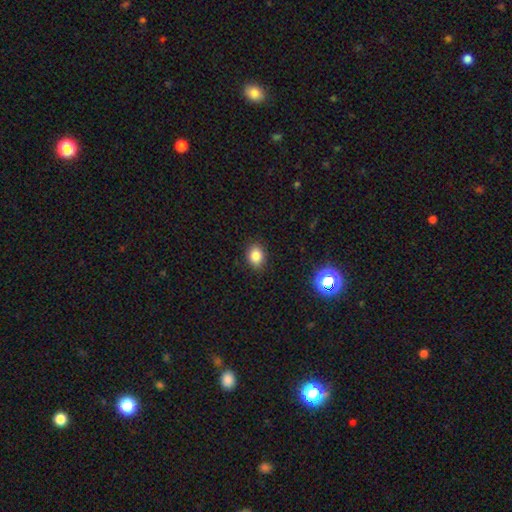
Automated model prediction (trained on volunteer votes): Smooth or featured? smooth (83%)
How rounded? in between (50%)
Merging? none (87%)